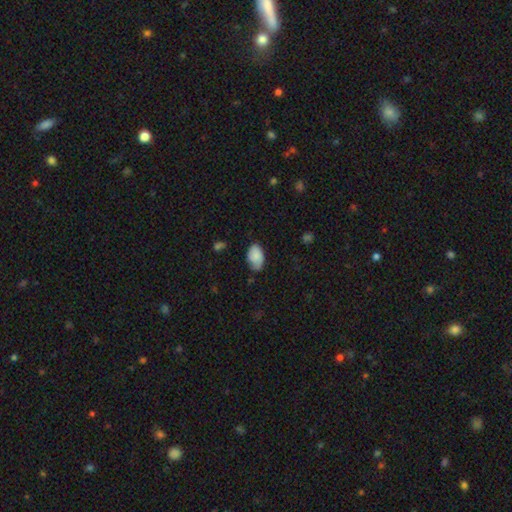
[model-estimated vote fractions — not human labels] smooth-or-featured: smooth: 83% | featured or disk: 10% | star or artifact: 7%
  how-rounded: in between: 91% | round: 8% | cigar-shaped: 1%
  merging: none: 63% | minor disturbance: 30% | major disturbance: 6% | merger: 2%